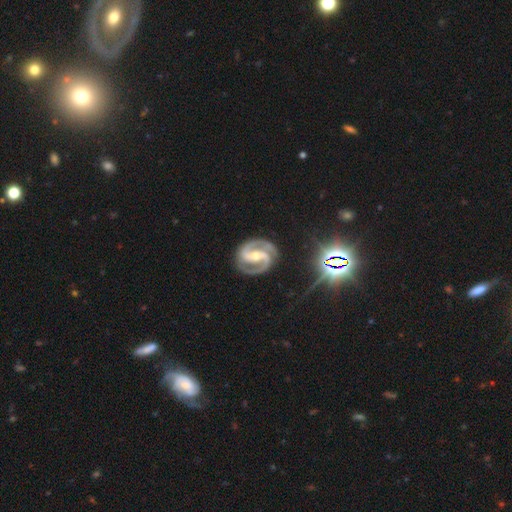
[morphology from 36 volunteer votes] Volunteers were most divided on "bulge size": small: 55%, moderate: 45%, dominant: 0%, large: 0%, none: 0%. Remaining: spiral arms — yes (100%); spiral arm count — 2 (100%); edge-on disk — no (97%); smooth or featured — featured or disk (89%); merging — none (85%); spiral winding — tight (68%); bar — strong (48%).